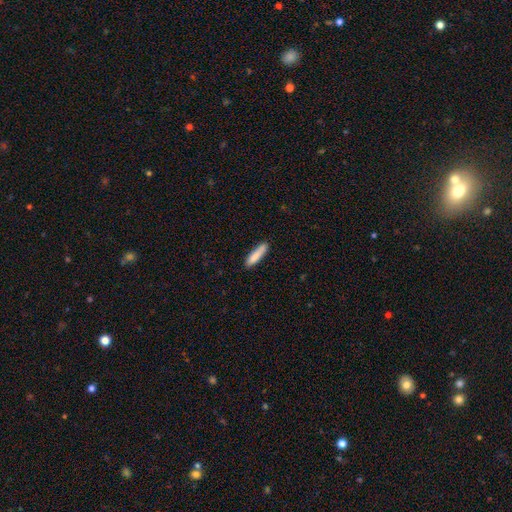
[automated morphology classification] smooth_or_featured: smooth (p=0.86) [alt: featured or disk p=0.08]
how_rounded: cigar-shaped (p=0.78) [alt: in between p=0.21]
merging: none (p=0.83) [alt: minor disturbance p=0.13]